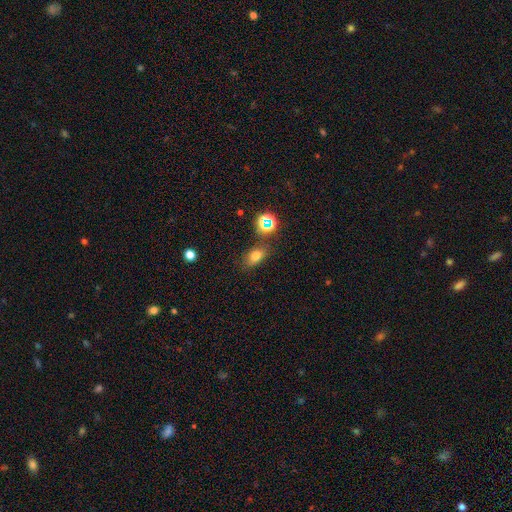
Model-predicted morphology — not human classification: A smooth galaxy with no disk features (71%) that is in between round and cigar-shaped (74%). Merging: none (76%).